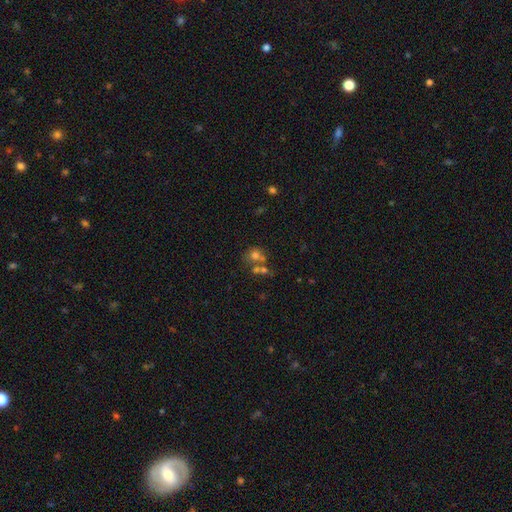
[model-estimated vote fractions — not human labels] Overall: smooth (45%; star or artifact 35%). Merging: none (48%; merger 34%).